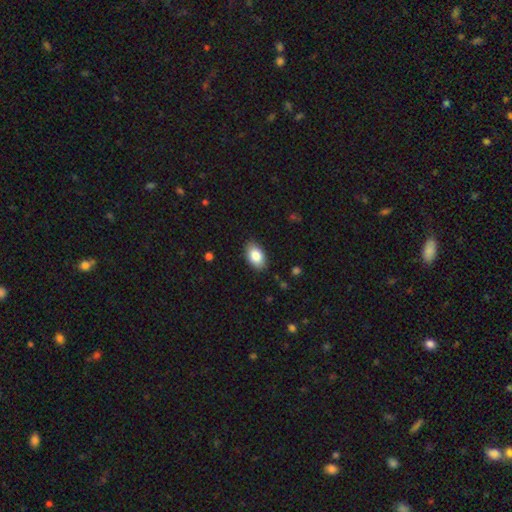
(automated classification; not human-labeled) This appears to be a smooth galaxy with no disk features (84%) that is in between round and cigar-shaped (92%). Merging: none (87%).